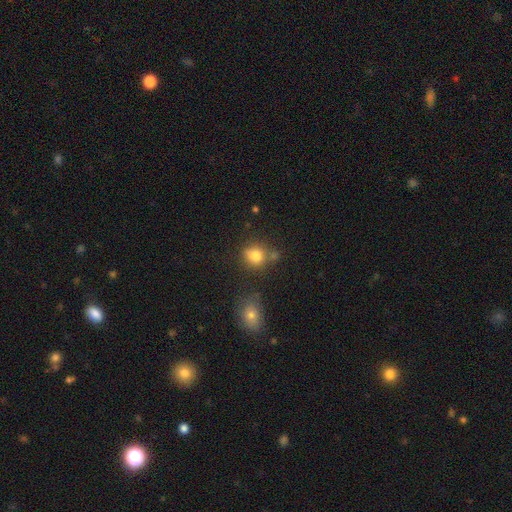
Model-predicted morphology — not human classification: The model was most divided on "merging": none: 61%, minor disturbance: 18%, merger: 15%, major disturbance: 6%. More confident: smooth or featured — smooth (79%); how rounded — round (76%).